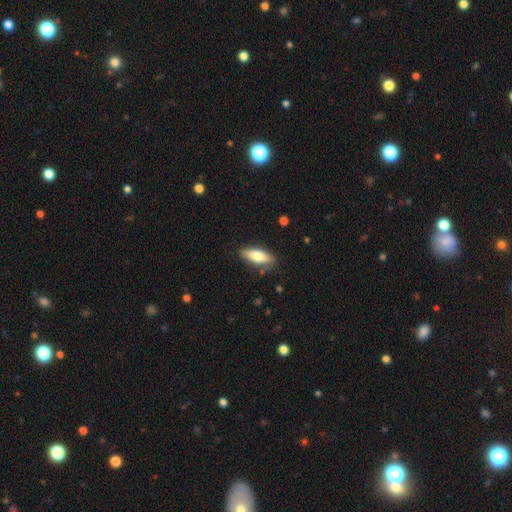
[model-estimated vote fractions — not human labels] A smooth galaxy with no disk features (69%) that is in between round and cigar-shaped (62%). Merging: none (84%).